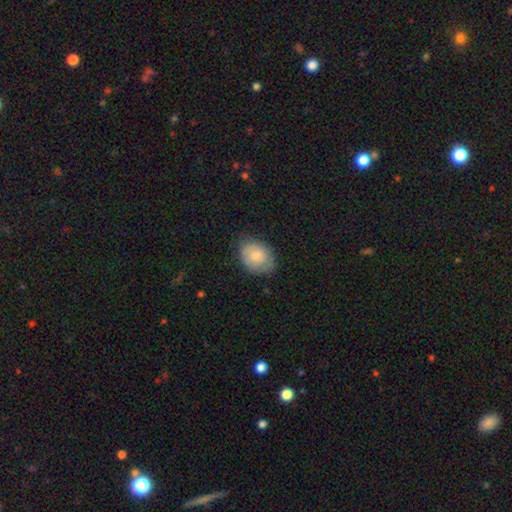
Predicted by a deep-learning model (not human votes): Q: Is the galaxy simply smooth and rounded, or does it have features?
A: smooth — 67%.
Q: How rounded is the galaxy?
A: in between — 59%.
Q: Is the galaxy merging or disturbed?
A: none — 70%.